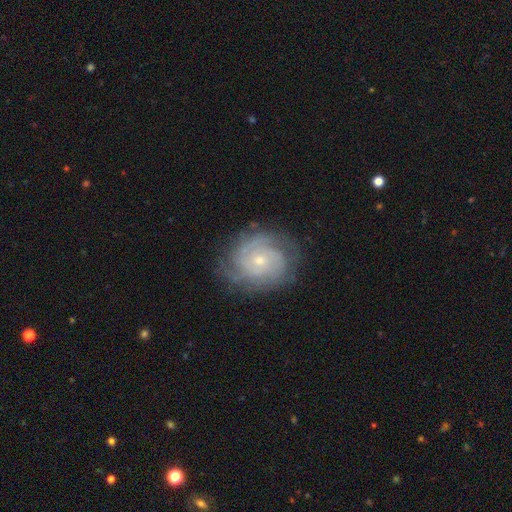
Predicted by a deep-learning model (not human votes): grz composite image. It shows a featured or disk galaxy (78%) with no bar (75%), tight (72%) spiral arms (96%) and a small central bulge (69%). Merging: none (81%).